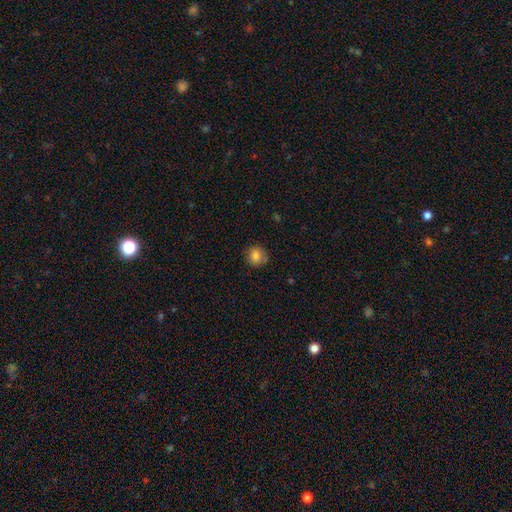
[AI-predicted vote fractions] smooth_or_featured: smooth (p=0.82) [alt: star or artifact p=0.10]
how_rounded: round (p=0.85) [alt: in between p=0.14]
merging: none (p=0.82) [alt: minor disturbance p=0.13]